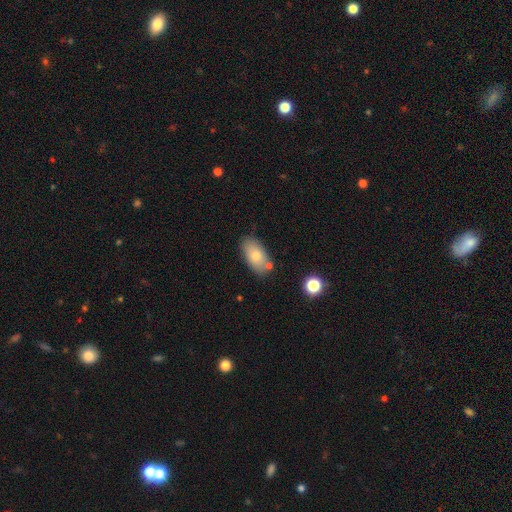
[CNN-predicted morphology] The model was most divided on "smooth or featured": smooth: 74%, featured or disk: 18%, star or artifact: 8%. More confident: how rounded — in between (92%); merging — none (76%).